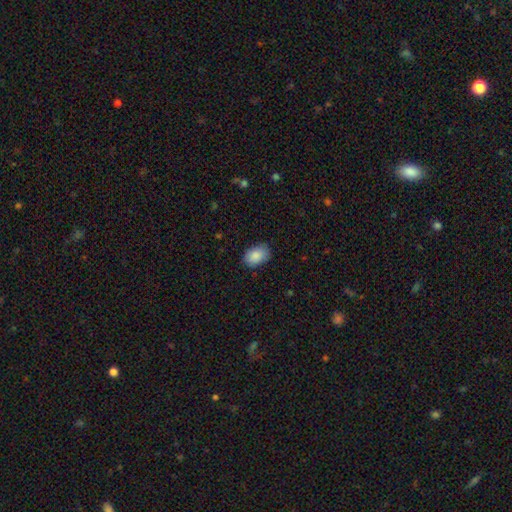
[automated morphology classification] Overall: smooth (88%). How rounded: in between (88%). Merging: none (81%).